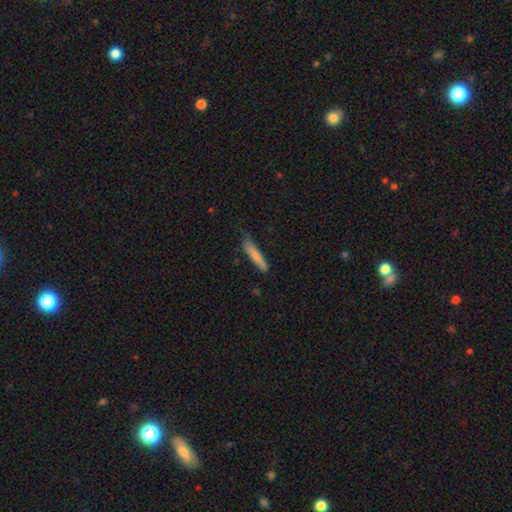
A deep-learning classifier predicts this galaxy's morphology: The model was most divided on "merging": none: 66%, minor disturbance: 27%, major disturbance: 5%, merger: 2%. More confident: how rounded — cigar-shaped (91%); smooth or featured — smooth (76%).